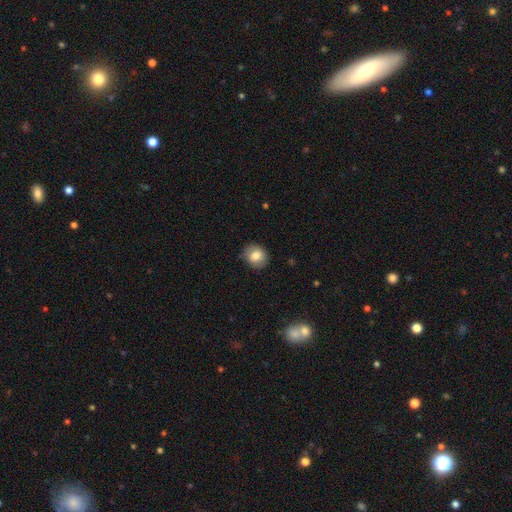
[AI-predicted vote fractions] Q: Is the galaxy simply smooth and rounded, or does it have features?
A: smooth — 81%.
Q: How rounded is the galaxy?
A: round — 73%.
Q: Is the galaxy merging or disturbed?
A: none — 81%.